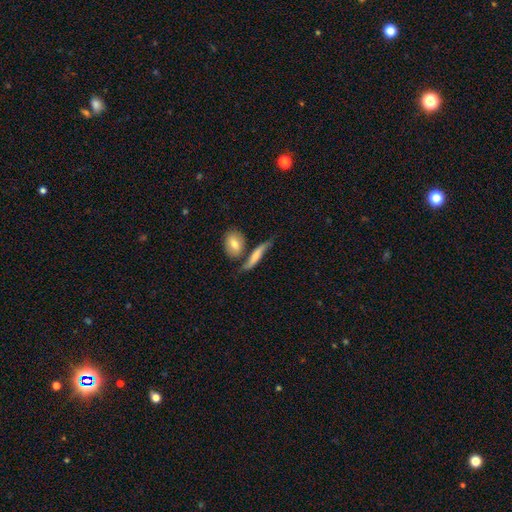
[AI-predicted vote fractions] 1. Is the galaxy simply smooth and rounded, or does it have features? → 56% smooth, 38% featured or disk, 7% star or artifact.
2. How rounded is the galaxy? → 66% cigar-shaped, 29% in between, 6% round.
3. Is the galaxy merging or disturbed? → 52% none, 21% merger, 20% minor disturbance, 7% major disturbance.